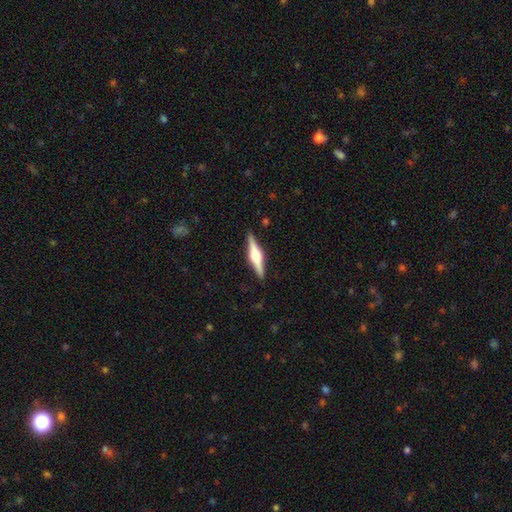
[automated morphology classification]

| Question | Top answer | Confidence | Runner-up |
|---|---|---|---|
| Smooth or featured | featured or disk | 75% | smooth (20%) |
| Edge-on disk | yes | 98% | no (2%) |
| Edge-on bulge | rounded | 93% | boxy (6%) |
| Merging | none | 91% | minor disturbance (7%) |